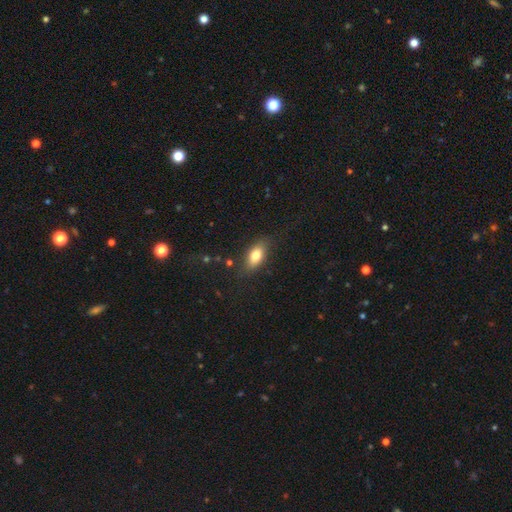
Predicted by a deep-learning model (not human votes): This is likely a smooth galaxy (77%). How rounded: clearly in between (84%). Merging: likely none (80%).